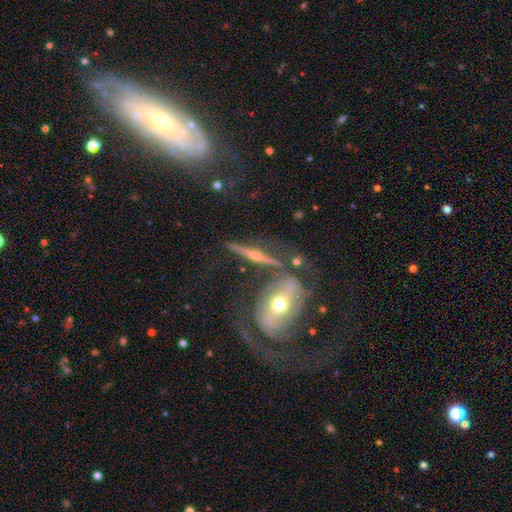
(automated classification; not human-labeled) smooth_or_featured: featured or disk (p=0.80) [alt: smooth p=0.13]
disk_edge_on: yes (p=0.85) [alt: no p=0.15]
edge_on_bulge: rounded (p=0.91) [alt: none p=0.06]
merging: none (p=0.65) [alt: minor disturbance p=0.15]